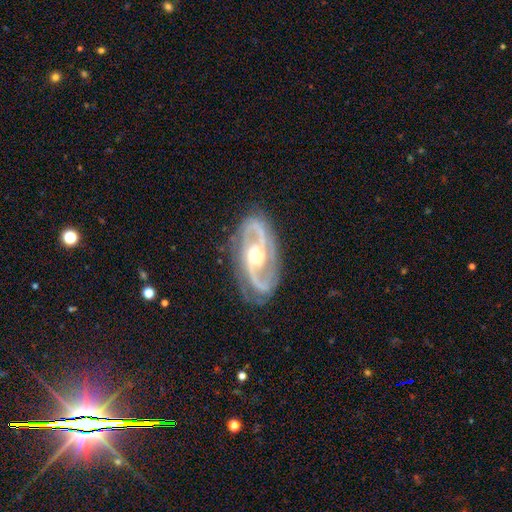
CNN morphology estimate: Smooth or featured: featured or disk — 92% (star or artifact — 4%)
Edge-on disk: no — 96% (yes — 4%)
Bar: no — 51% (weak — 32%)
Spiral arms: yes — 97% (no — 3%)
Spiral winding: medium — 55% (tight — 30%)
Spiral arm count: 2 — 90% (3 — 3%)
Bulge size: moderate — 71% (small — 16%)
Merging: none — 81% (minor disturbance — 14%)